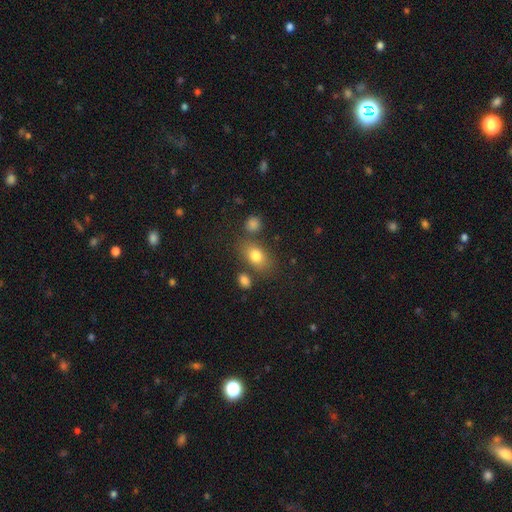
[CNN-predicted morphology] This appears to be a smooth galaxy with no disk features (79%) that is in between round and cigar-shaped (82%). Merging: none (71%).